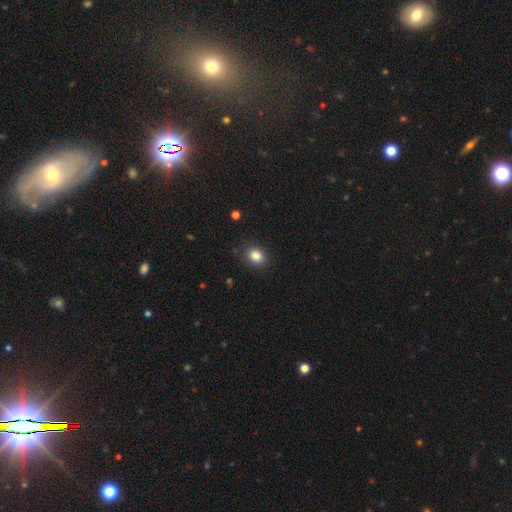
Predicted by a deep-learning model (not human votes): Smooth or featured?
  - smooth: 85% *
  - star or artifact: 10%
  - featured or disk: 5%
How rounded?
  - round: 52% *
  - in between: 47%
  - cigar-shaped: 1%
Merging?
  - none: 86% *
  - minor disturbance: 10%
  - major disturbance: 3%
  - merger: 1%